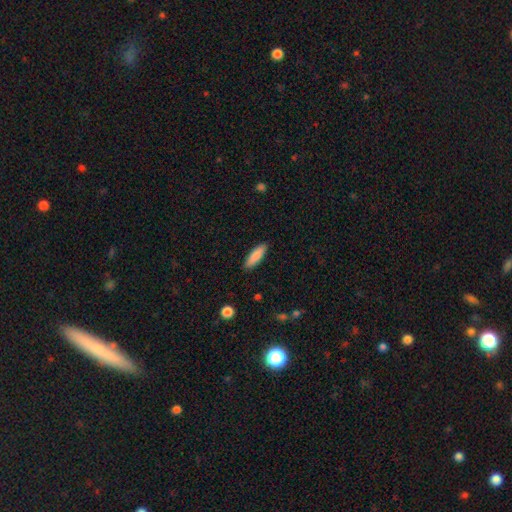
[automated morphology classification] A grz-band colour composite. It shows a smooth galaxy with no disk features (85%) that is cigar-shaped (55%). Merging: none (89%).